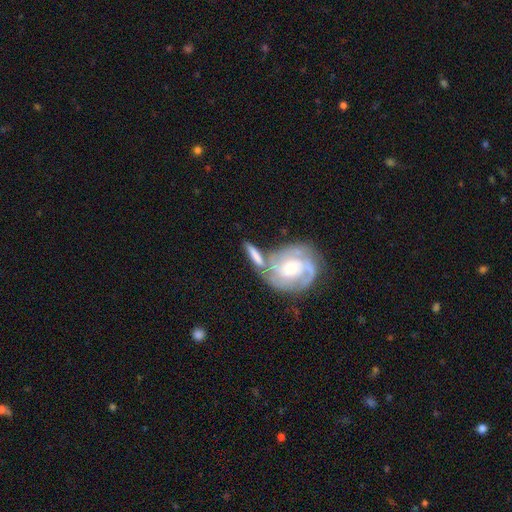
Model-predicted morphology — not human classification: The model was most divided on "merging": none: 43%, merger: 37%, minor disturbance: 14%, major disturbance: 7%. More confident: edge-on disk — no (82%); smooth or featured — featured or disk (51%).